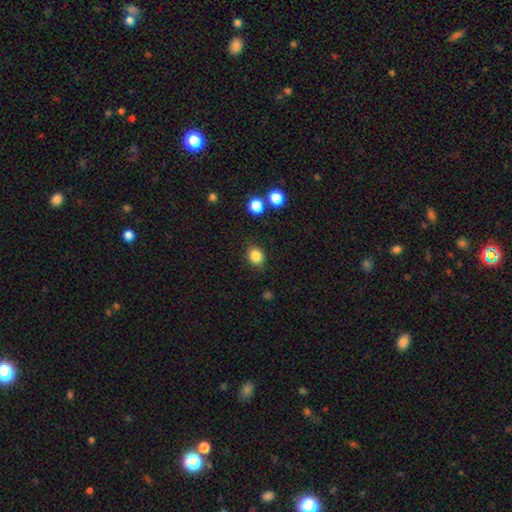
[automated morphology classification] Overall: smooth (84%). How rounded: round (66%; in between 33%). Merging: none (86%).